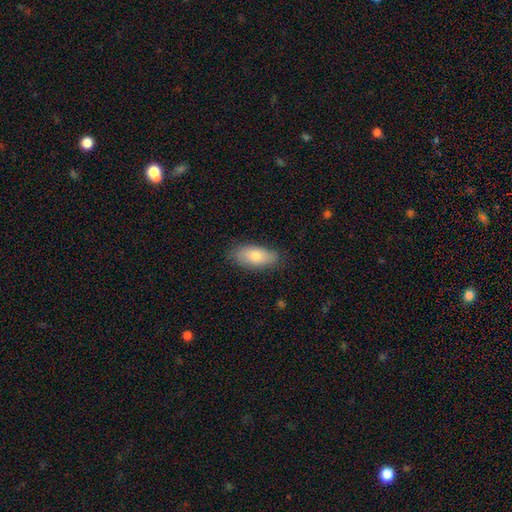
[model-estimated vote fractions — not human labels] Smooth or featured? smooth (74%)
How rounded? in between (82%)
Merging? none (85%)